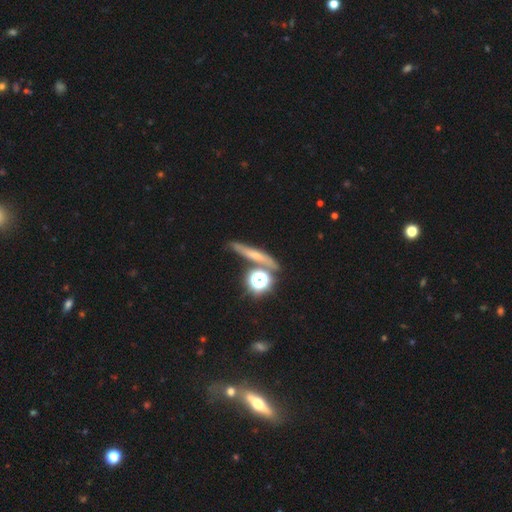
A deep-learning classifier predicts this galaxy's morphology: This appears to be a smooth galaxy with no disk features (42%). Merging: none (75%).